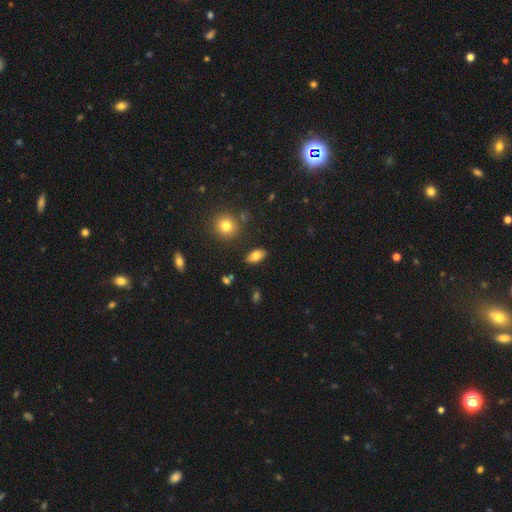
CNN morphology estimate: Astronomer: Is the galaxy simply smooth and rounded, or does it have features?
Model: smooth — 78%.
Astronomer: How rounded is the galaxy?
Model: in between — 91%.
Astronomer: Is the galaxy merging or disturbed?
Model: none — 84%.